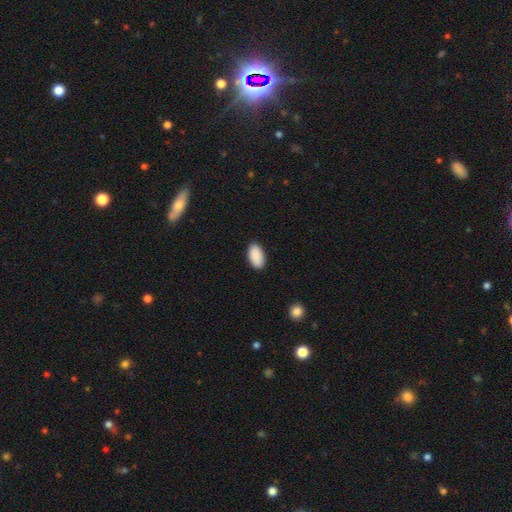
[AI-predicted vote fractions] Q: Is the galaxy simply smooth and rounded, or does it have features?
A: smooth — 91%.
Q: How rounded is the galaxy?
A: in between — 95%.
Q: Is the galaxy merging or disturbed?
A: none — 88%.